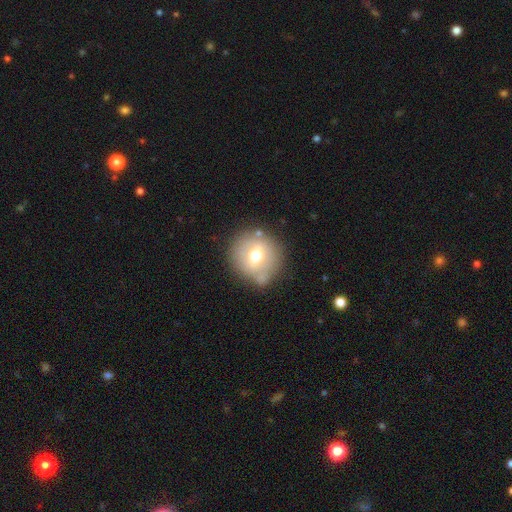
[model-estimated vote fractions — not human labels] Smooth or featured?
  - smooth: 58% *
  - featured or disk: 32%
  - star or artifact: 9%
How rounded?
  - round: 91% *
  - in between: 8%
  - cigar-shaped: 1%
Merging?
  - none: 70% *
  - minor disturbance: 16%
  - merger: 7%
  - major disturbance: 6%